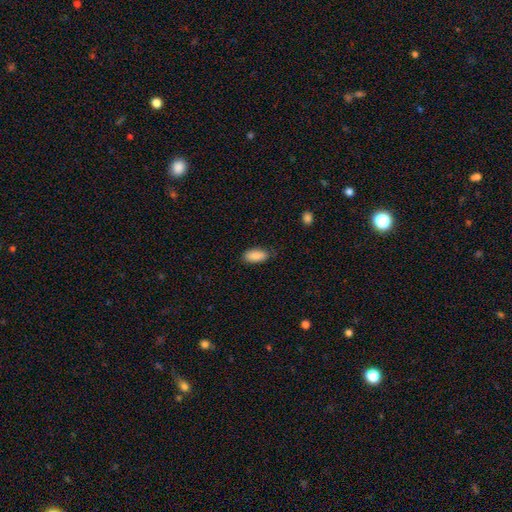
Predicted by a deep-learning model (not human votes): smooth 88%, star or artifact 7%, featured or disk 5%. Down the decision tree: how rounded — in between (90%); merging — none (79%).